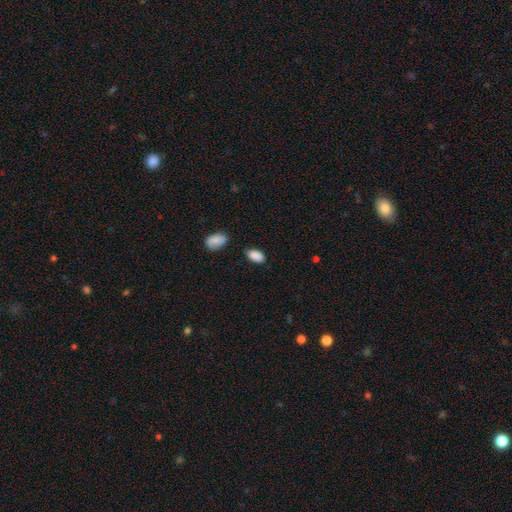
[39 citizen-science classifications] Smooth or featured: smooth — 92% (star or artifact — 8%)
How rounded: in between — 100%
Merging: none — 81% (minor disturbance — 14%)